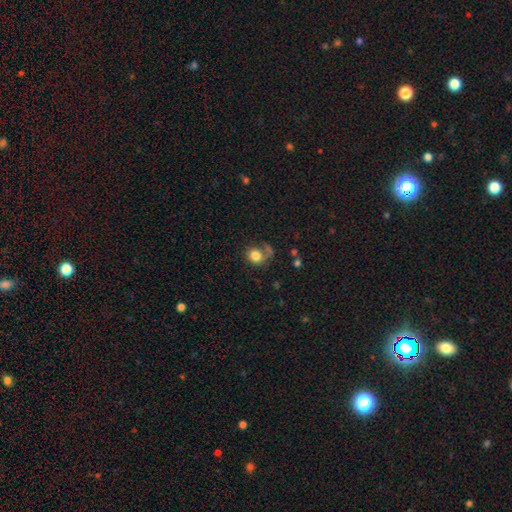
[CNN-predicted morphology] A smooth galaxy with no disk features (75%) that is round (74%). Merging: none (48%).